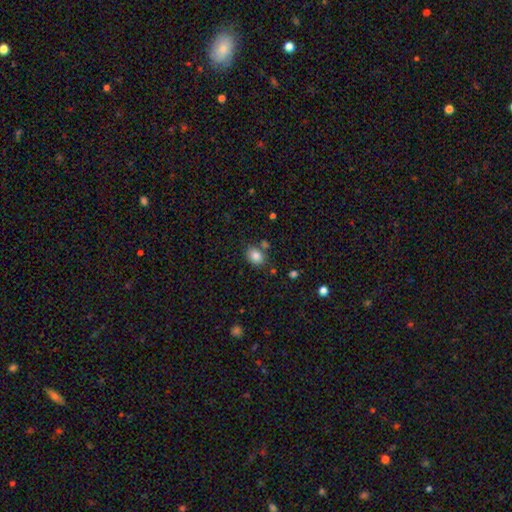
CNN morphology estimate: Smooth or featured? Predicted: smooth (p=0.84). How rounded? Predicted: in between (p=0.56). Merging? Predicted: none (p=0.75).